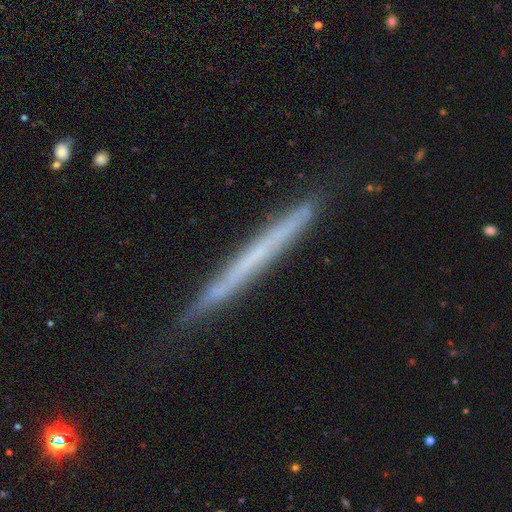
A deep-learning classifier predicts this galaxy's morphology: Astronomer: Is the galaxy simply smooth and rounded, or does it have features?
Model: featured or disk — 55% (runner-up: smooth, 37%).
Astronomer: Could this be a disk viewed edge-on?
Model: yes — 96%.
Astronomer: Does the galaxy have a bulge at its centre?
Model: none — 93%.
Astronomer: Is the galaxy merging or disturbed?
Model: none — 82%.